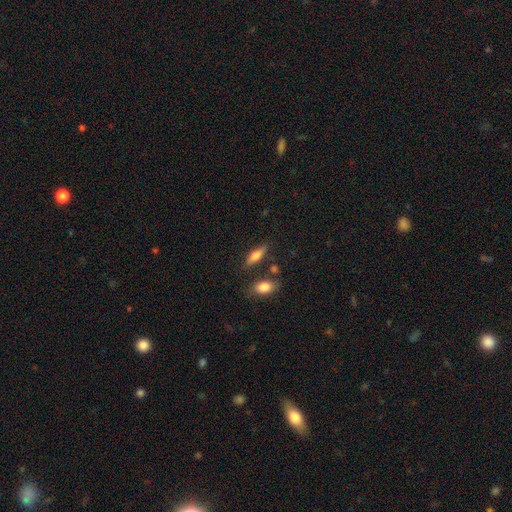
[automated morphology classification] Smooth or featured?
  - smooth: 66% *
  - featured or disk: 27%
  - star or artifact: 7%
How rounded?
  - in between: 54% *
  - cigar-shaped: 43%
  - round: 4%
Merging?
  - none: 74% *
  - minor disturbance: 14%
  - merger: 8%
  - major disturbance: 4%